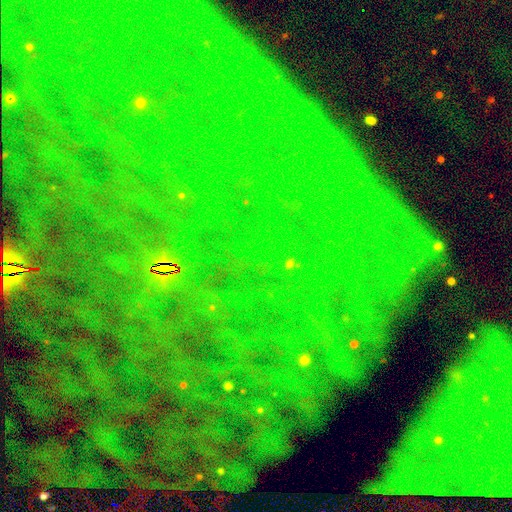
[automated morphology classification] smooth_or_featured: star or artifact (p=0.84) [alt: featured or disk p=0.08]